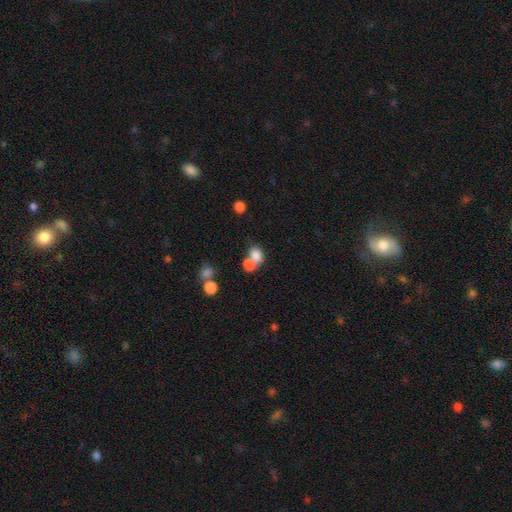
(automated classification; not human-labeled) This is likely a smooth galaxy (78%). How rounded: likely in between (60%). Merging: possibly merger (55%).